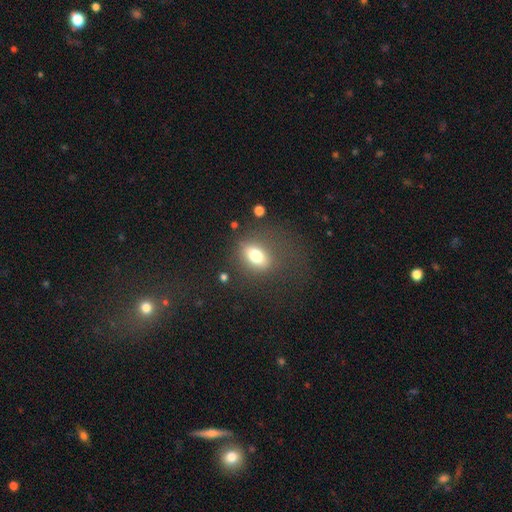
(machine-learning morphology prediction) smooth 76%, featured or disk 14%, star or artifact 11%. Down the decision tree: how rounded — in between (73%); merging — none (61%).